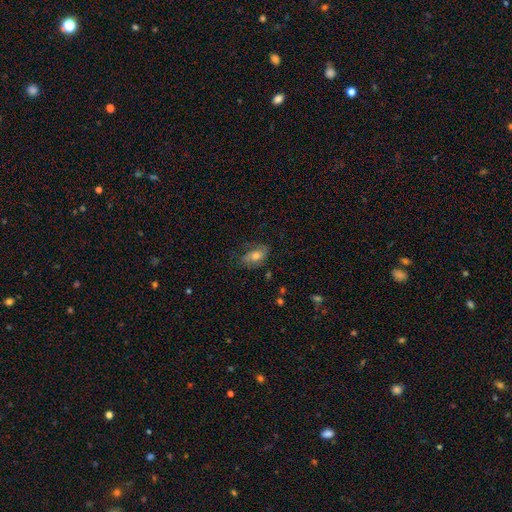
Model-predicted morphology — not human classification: smooth 50%, featured or disk 40%, star or artifact 10%. Down the decision tree: merging — none (60%).